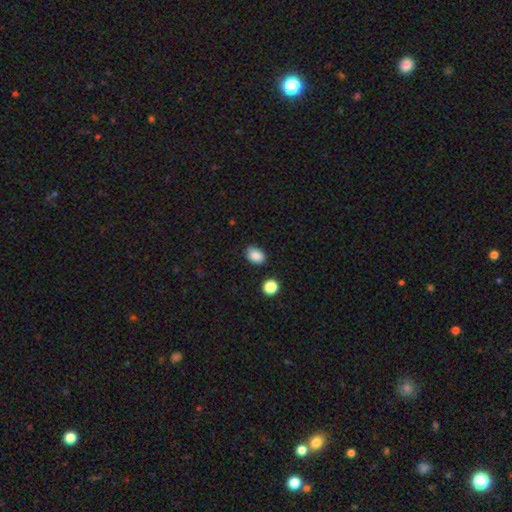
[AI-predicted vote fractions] This appears to be a smooth galaxy with no disk features (86%) that is in between round and cigar-shaped (78%). Merging: none (79%).